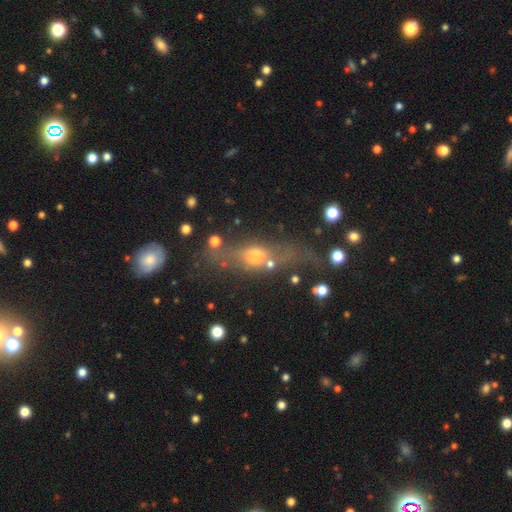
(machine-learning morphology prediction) Smooth or featured? featured or disk (42%)
Merging? none (49%)